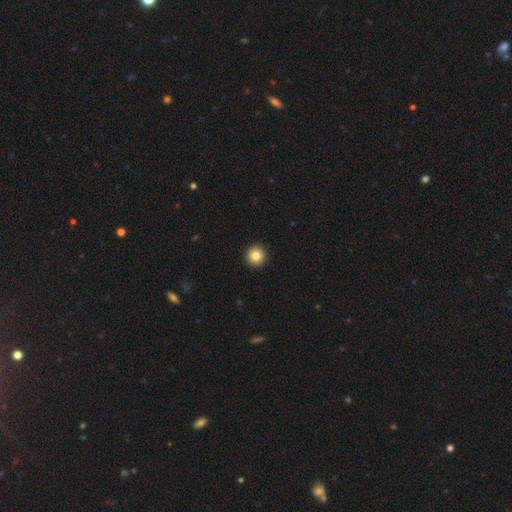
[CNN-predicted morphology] Smooth or featured? Predicted: smooth (p=0.83). How rounded? Predicted: round (p=0.96). Merging? Predicted: none (p=0.94).